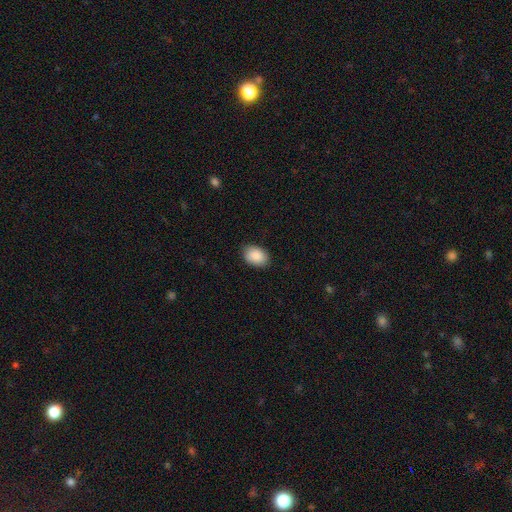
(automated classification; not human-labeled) Overall: smooth (90%). How rounded: in between (83%). Merging: none (86%).